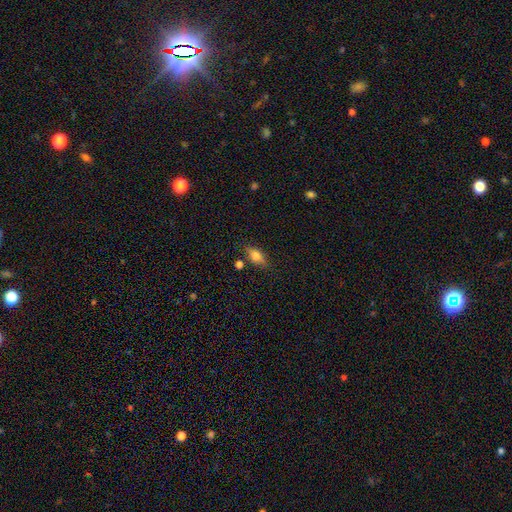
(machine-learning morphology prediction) type=smooth (76%); roundness=in between (82%); merging=none (74%).